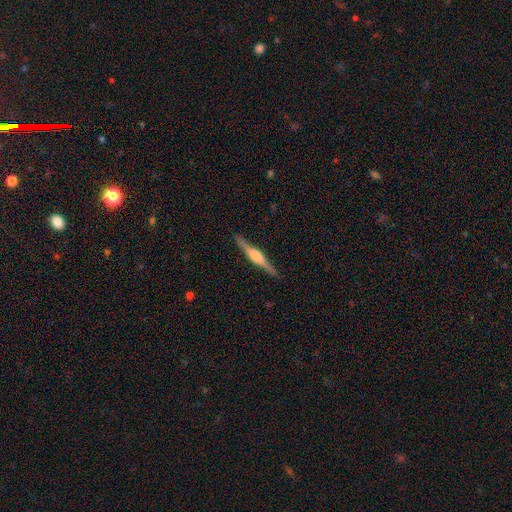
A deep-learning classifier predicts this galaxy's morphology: A featured or disk galaxy (78%) viewed edge-on (98%) with a rounded central bulge (75%).

Vote fractions:
- Smooth or featured? featured or disk: 78% / smooth: 17% / star or artifact: 5%
- Edge-on disk? yes: 98% / no: 2%
- Edge-on bulge? rounded: 75% / boxy: 20% / none: 5%
- Merging? none: 91% / minor disturbance: 7% / major disturbance: 1% / merger: 1%